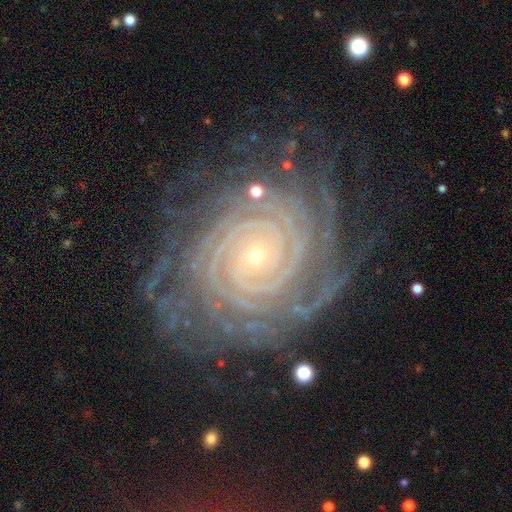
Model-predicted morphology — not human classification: This is clearly a featured or disk galaxy (92%). It is clearly not viewed edge-on (98%). Bar: likely no (73%). Spiral arm pattern: clearly yes (99%). Spiral arm count: marginally more than 4 (25%). Spiral winding: clearly tight (91%). Central bulge: likely small (80%). Merging: likely none (75%).